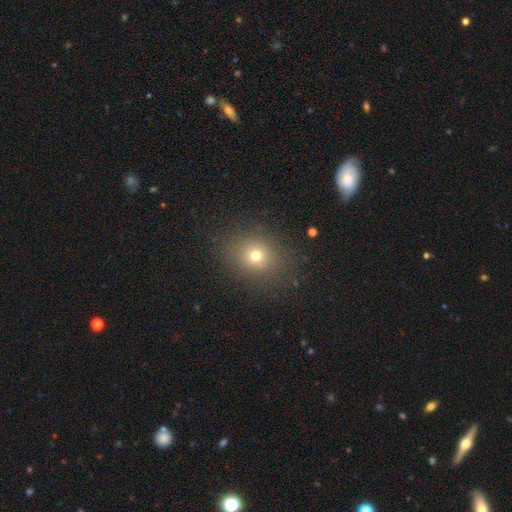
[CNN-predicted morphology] Smooth or featured?
  - smooth: 71% *
  - star or artifact: 18%
  - featured or disk: 11%
How rounded?
  - round: 71% *
  - in between: 28%
  - cigar-shaped: 1%
Merging?
  - none: 84% *
  - minor disturbance: 10%
  - major disturbance: 5%
  - merger: 1%